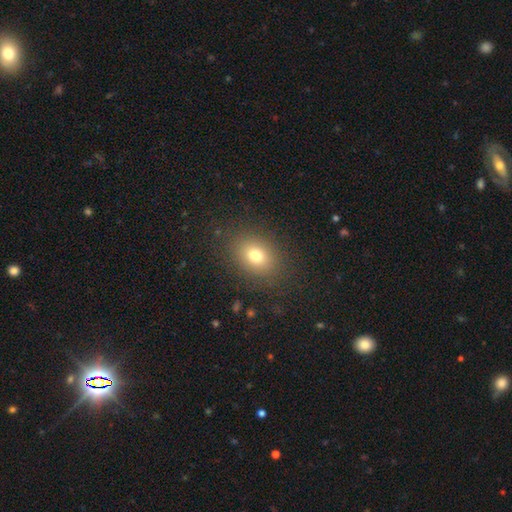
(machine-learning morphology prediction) smooth-or-featured: smooth: 76% | star or artifact: 13% | featured or disk: 11%
  how-rounded: in between: 64% | round: 35% | cigar-shaped: 1%
  merging: none: 85% | minor disturbance: 9% | major disturbance: 4% | merger: 1%